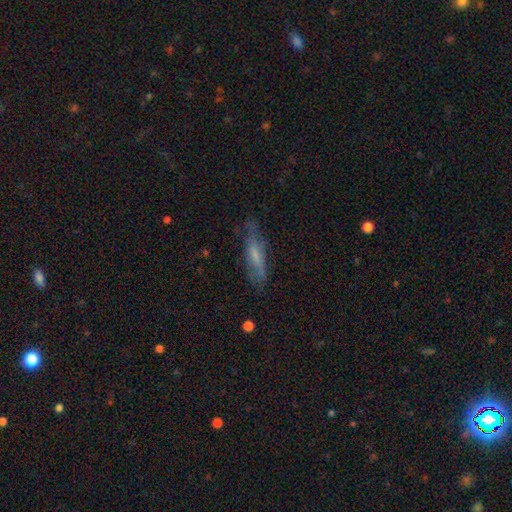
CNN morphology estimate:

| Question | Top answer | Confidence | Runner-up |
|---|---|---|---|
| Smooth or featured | smooth | 52% | featured or disk (40%) |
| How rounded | cigar-shaped | 63% | in between (35%) |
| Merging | none | 66% | minor disturbance (23%) |